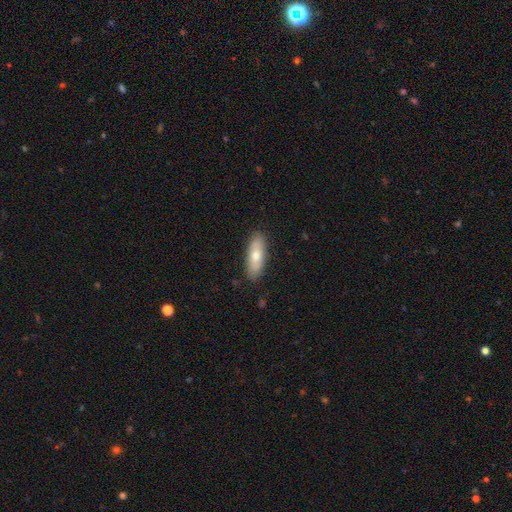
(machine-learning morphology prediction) type=smooth (67%); roundness=in between (61%); merging=none (87%).